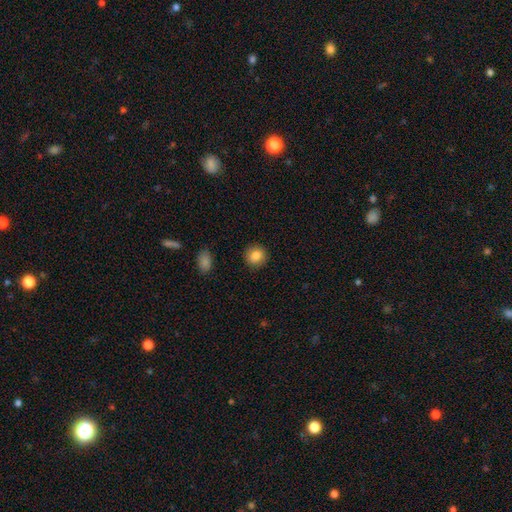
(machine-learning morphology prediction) smooth 86%, star or artifact 9%, featured or disk 6%. Down the decision tree: how rounded — round (84%); merging — none (89%).